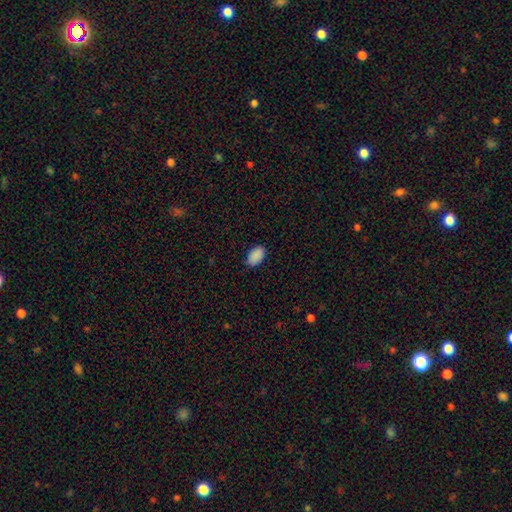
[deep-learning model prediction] This appears to be a smooth galaxy with no disk features (90%) that is in between round and cigar-shaped (93%). Merging: none (81%).